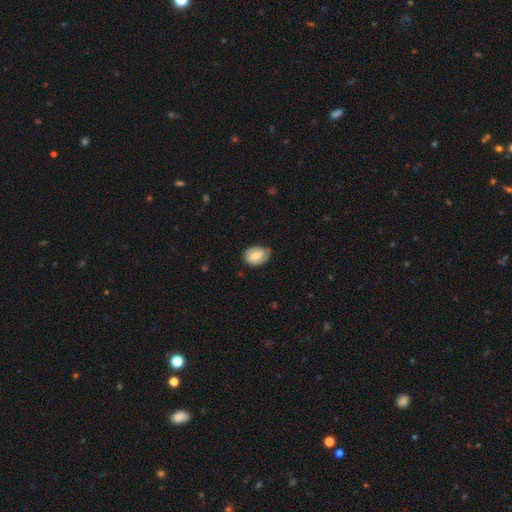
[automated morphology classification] Smooth or featured? smooth (61%)
How rounded? in between (72%)
Merging? none (70%)